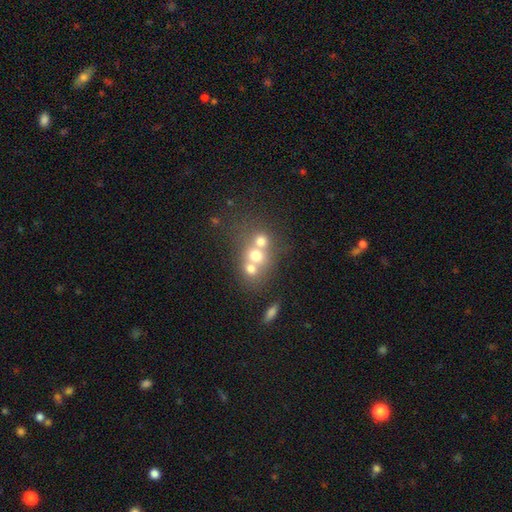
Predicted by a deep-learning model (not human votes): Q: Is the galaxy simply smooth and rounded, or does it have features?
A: smooth — 62%.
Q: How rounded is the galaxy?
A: round — 70%.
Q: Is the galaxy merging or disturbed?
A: merger — 64%.